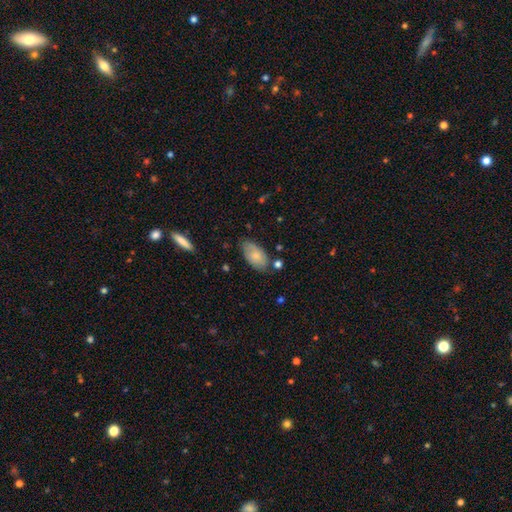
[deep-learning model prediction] Morphology: type=smooth (76%); roundness=in between (94%); merging=none (70%).